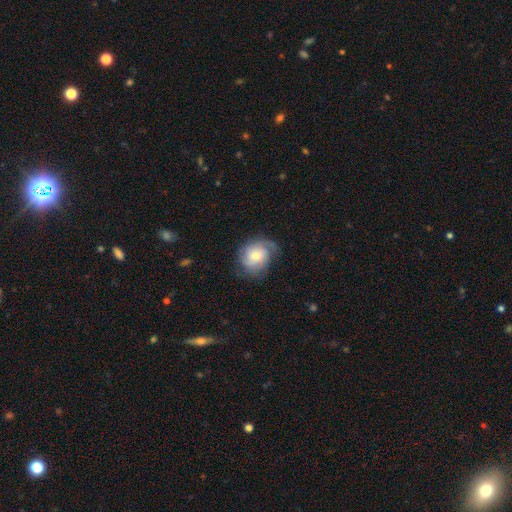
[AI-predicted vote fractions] This appears to be a featured or disk galaxy (48%). Merging: none (58%).